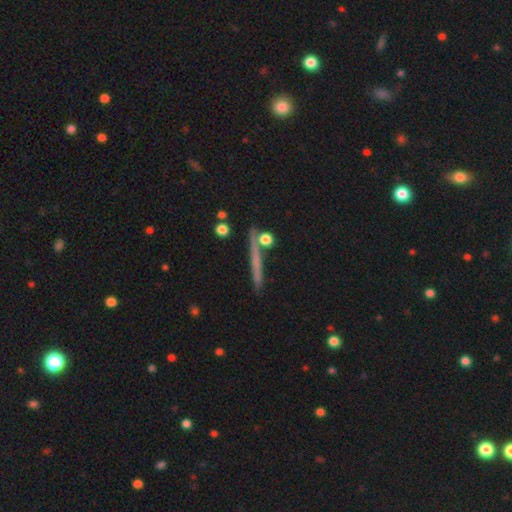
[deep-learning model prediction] smooth 46%, featured or disk 42%, star or artifact 12%. Down the decision tree: merging — none (82%).